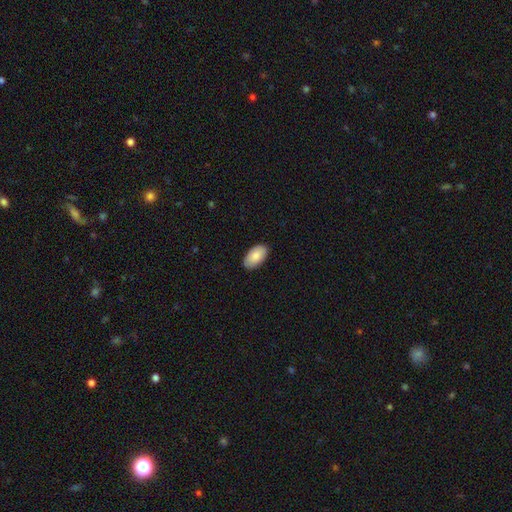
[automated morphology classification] Q: Smooth or featured?
A: smooth (85%); runner-up: featured or disk (9%)
Q: How rounded?
A: in between (95%); runner-up: round (3%)
Q: Merging?
A: none (87%); runner-up: minor disturbance (10%)